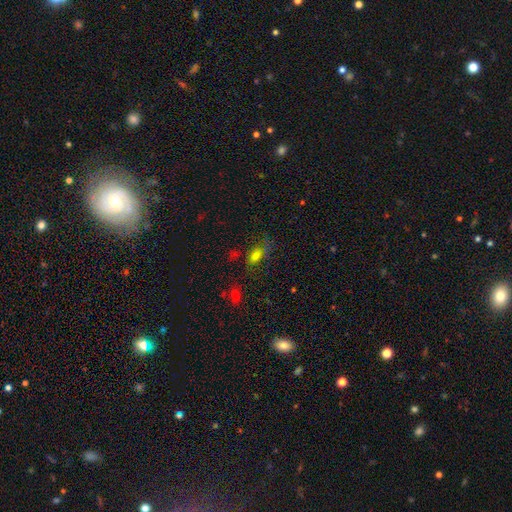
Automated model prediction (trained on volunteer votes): The model was most divided on "merging": none: 59%, minor disturbance: 22%, major disturbance: 13%, merger: 7%. More confident: how rounded — in between (80%); smooth or featured — smooth (67%).